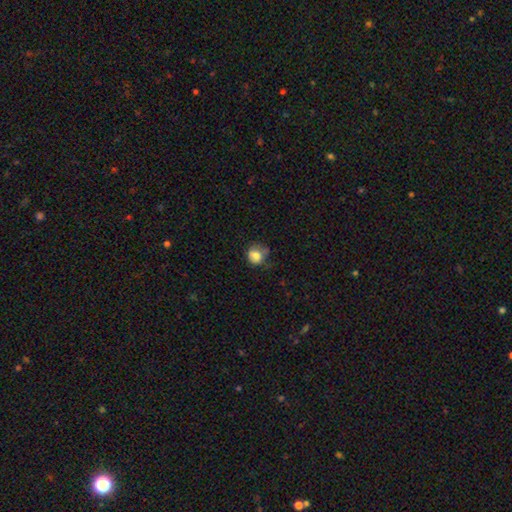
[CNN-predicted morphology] Smooth or featured: smooth — 77% (featured or disk — 13%)
How rounded: round — 71% (in between — 28%)
Merging: none — 51% (minor disturbance — 30%)